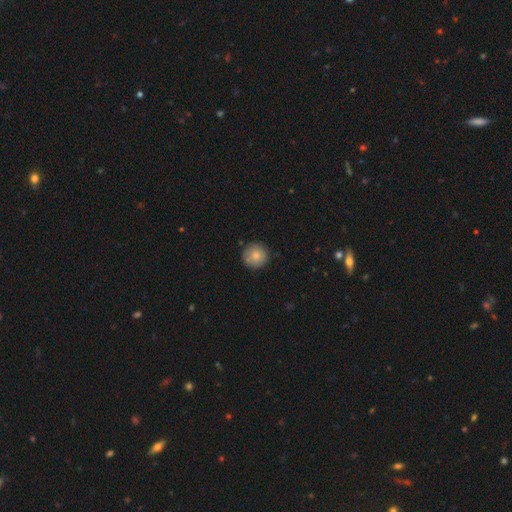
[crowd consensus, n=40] Q: Smooth or featured?
A: smooth (82%); runner-up: featured or disk (15%)
Q: How rounded?
A: round (97%); runner-up: in between (3%)
Q: Merging?
A: none (82%); runner-up: minor disturbance (13%)